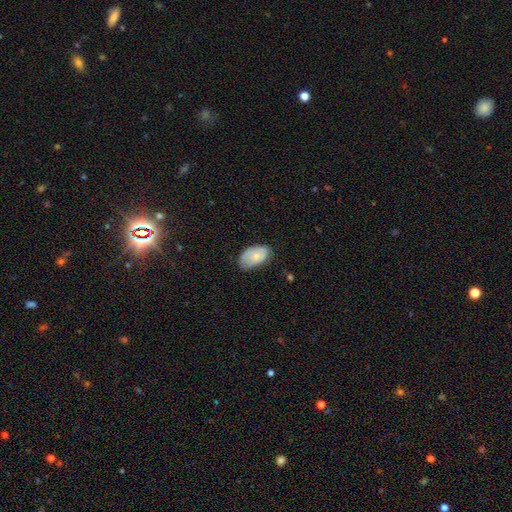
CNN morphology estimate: smooth-or-featured: smooth: 67% | featured or disk: 26% | star or artifact: 7%
  how-rounded: in between: 93% | round: 6% | cigar-shaped: 1%
  merging: none: 63% | minor disturbance: 30% | major disturbance: 6% | merger: 1%